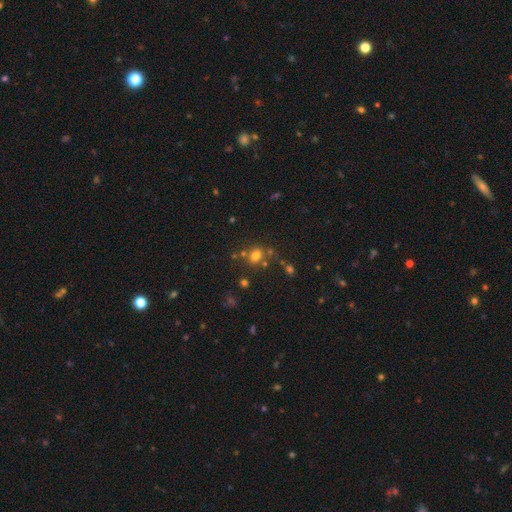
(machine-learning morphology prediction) smooth 71%, star or artifact 20%, featured or disk 10%. Down the decision tree: how rounded — round (54%); merging — none (65%).